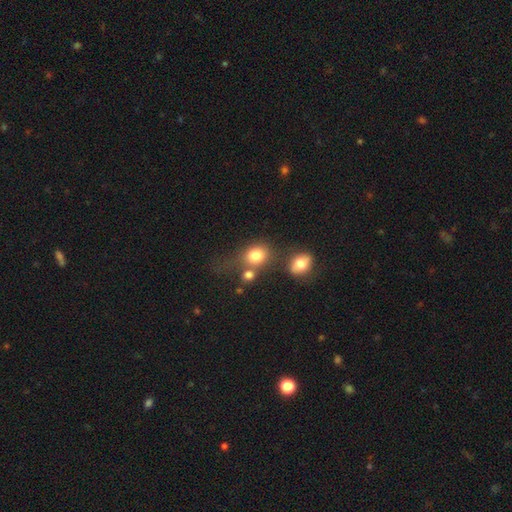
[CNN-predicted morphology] Smooth or featured? smooth (79%)
How rounded? round (64%)
Merging? none (50%)